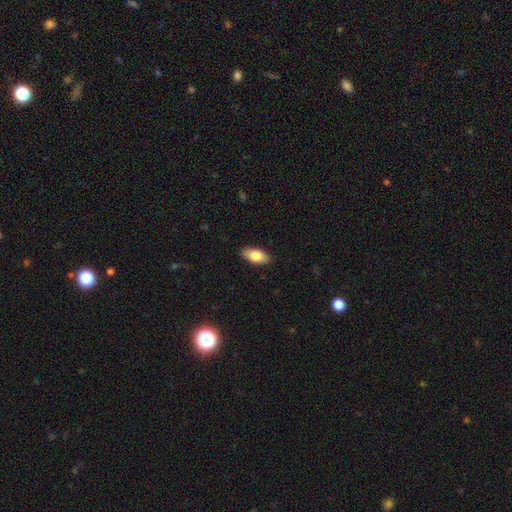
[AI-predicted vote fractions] The model was most divided on "smooth or featured": smooth: 79%, featured or disk: 15%, star or artifact: 6%. More confident: merging — none (88%); how rounded — in between (88%).